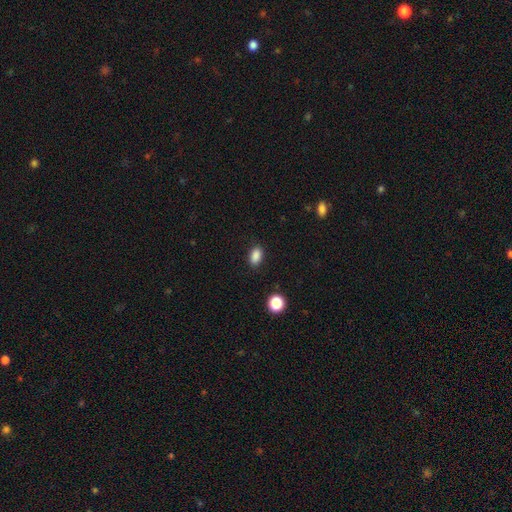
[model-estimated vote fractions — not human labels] This is clearly a smooth galaxy (87%). How rounded: clearly in between (85%). Merging: clearly none (87%).